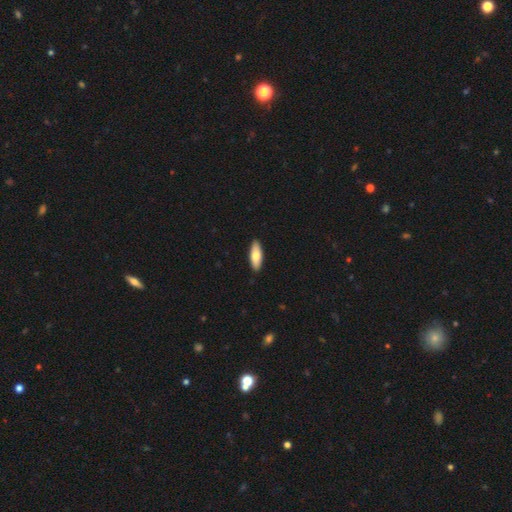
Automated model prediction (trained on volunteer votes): Smooth or featured? smooth (75%)
How rounded? in between (68%)
Merging? none (90%)